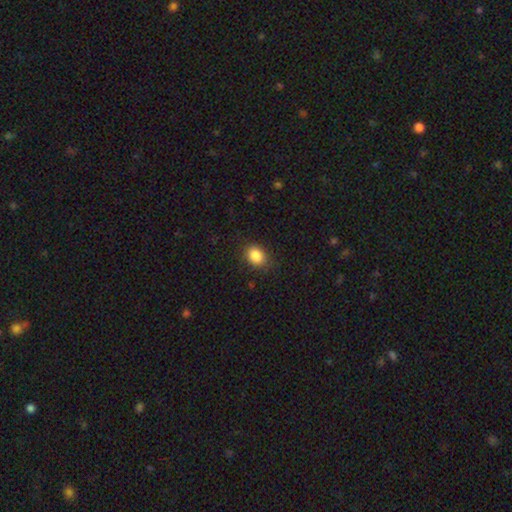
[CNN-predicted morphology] Smooth or featured? Predicted: smooth (p=0.87). How rounded? Predicted: in between (p=0.58). Merging? Predicted: none (p=0.83).